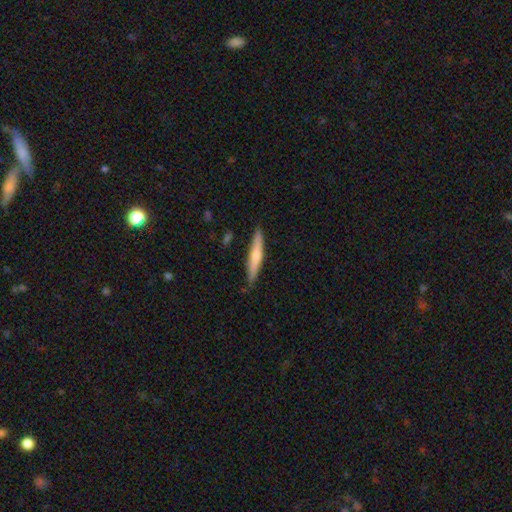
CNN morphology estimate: The model was most divided on "smooth or featured": smooth: 58%, featured or disk: 37%, star or artifact: 5%. More confident: how rounded — cigar-shaped (92%); merging — none (86%).